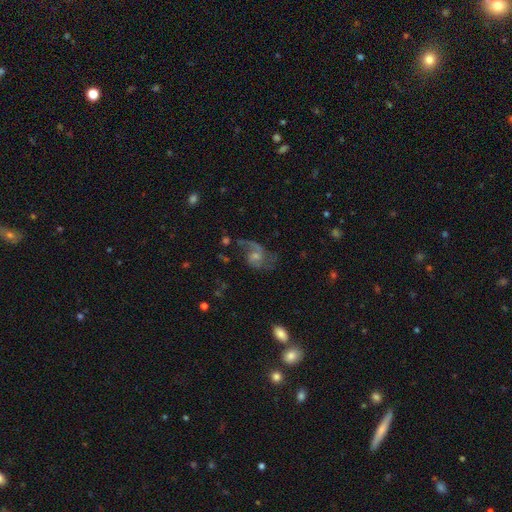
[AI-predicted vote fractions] Q: Smooth or featured?
A: featured or disk (76%); runner-up: star or artifact (13%)
Q: Edge-on disk?
A: no (97%); runner-up: yes (3%)
Q: Bar?
A: no (59%); runner-up: weak (35%)
Q: Spiral arms?
A: yes (93%); runner-up: no (7%)
Q: Spiral winding?
A: loose (46%); runner-up: medium (42%)
Q: Spiral arm count?
A: 2 (74%); runner-up: 1 (13%)
Q: Bulge size?
A: small (44%); runner-up: moderate (42%)
Q: Merging?
A: none (58%); runner-up: major disturbance (21%)